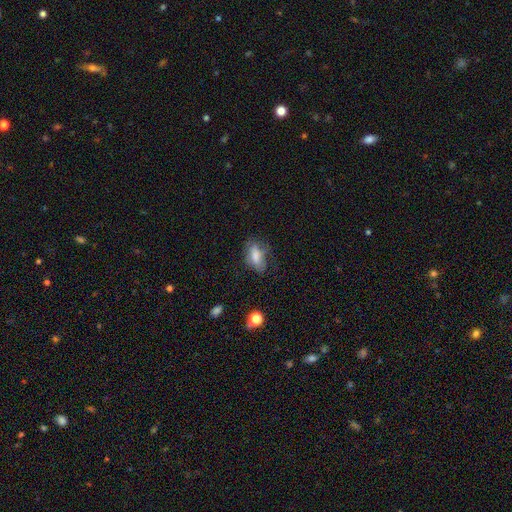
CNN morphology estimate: The model was most divided on "merging": none: 57%, minor disturbance: 27%, major disturbance: 13%, merger: 2%. More confident: how rounded — in between (85%); smooth or featured — smooth (73%).